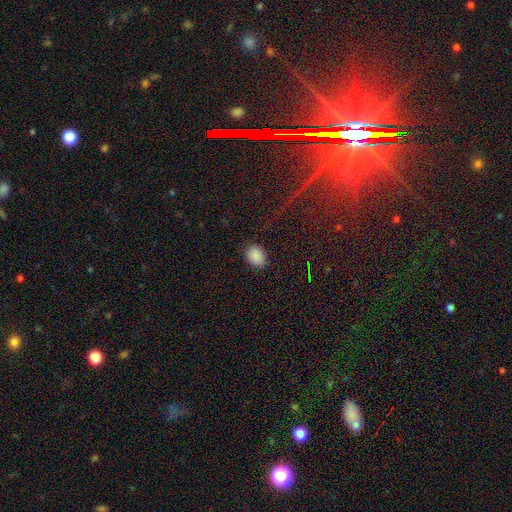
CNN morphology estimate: type=smooth (87%); roundness=in between (65%); merging=none (86%).